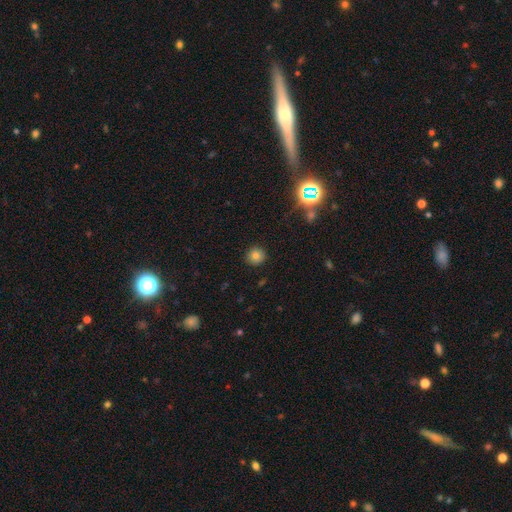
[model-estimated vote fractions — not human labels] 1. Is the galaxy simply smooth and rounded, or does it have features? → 78% smooth, 14% star or artifact, 8% featured or disk.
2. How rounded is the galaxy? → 93% round, 6% in between, 1% cigar-shaped.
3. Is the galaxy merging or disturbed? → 90% none, 7% minor disturbance, 2% major disturbance, 1% merger.